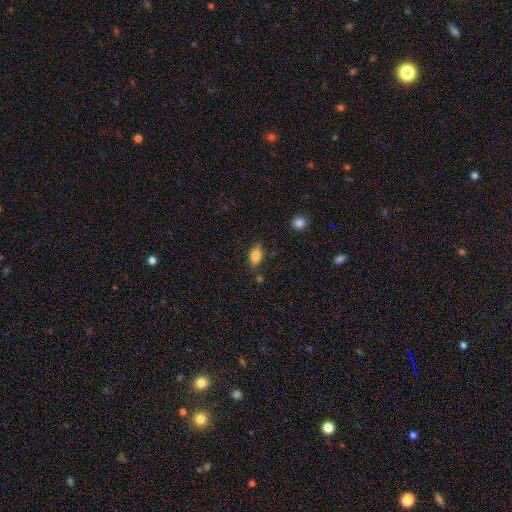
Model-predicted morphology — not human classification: smooth_or_featured: smooth (p=0.81) [alt: featured or disk p=0.11]
how_rounded: in between (p=0.84) [alt: cigar-shaped p=0.11]
merging: none (p=0.79) [alt: minor disturbance p=0.14]